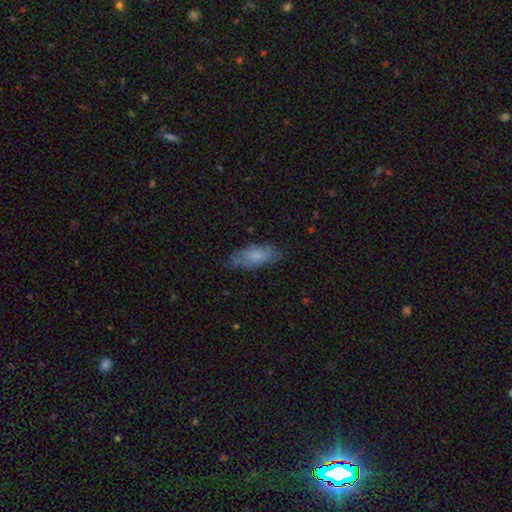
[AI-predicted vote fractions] Overall: smooth (74%). How rounded: in between (78%). Merging: none (70%).